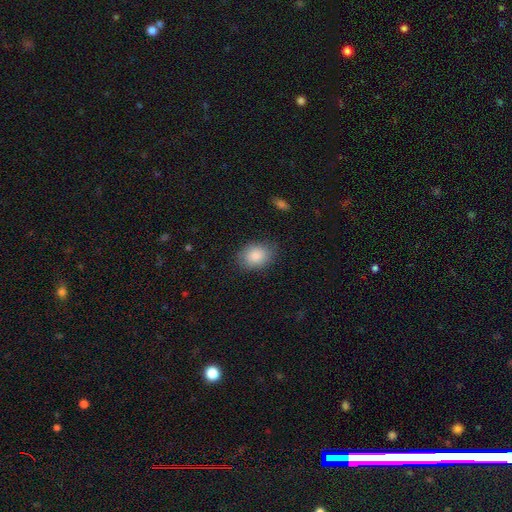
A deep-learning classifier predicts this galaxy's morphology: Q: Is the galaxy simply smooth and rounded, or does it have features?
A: smooth — 88%.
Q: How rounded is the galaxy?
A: in between — 64%.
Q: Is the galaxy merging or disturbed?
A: none — 79%.